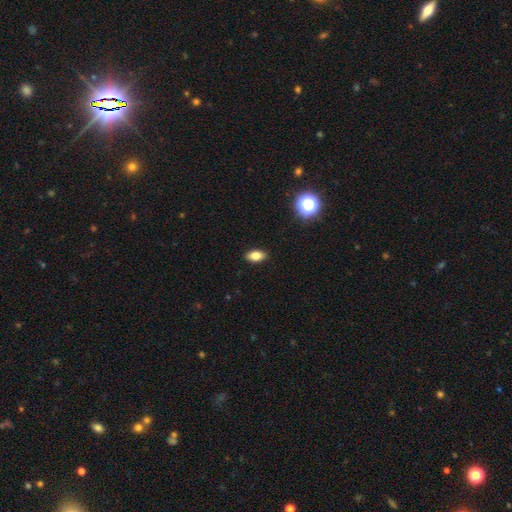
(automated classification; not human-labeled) This appears to be a smooth galaxy with no disk features (80%) that is in between round and cigar-shaped (88%). Merging: none (89%).